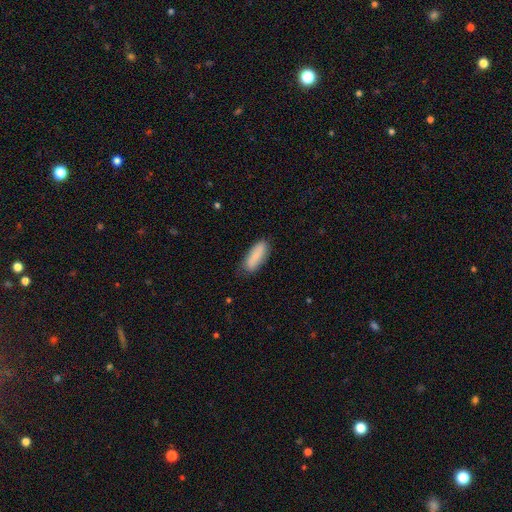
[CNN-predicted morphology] type=smooth (83%); roundness=in between (64%); merging=none (78%).